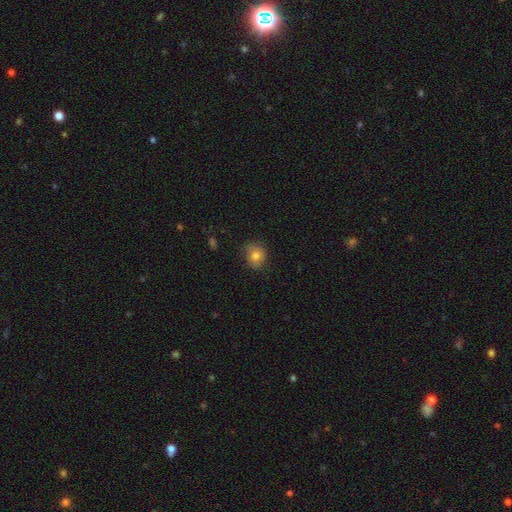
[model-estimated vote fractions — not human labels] This is likely a smooth galaxy (77%). How rounded: likely round (65%). Merging: likely none (77%).